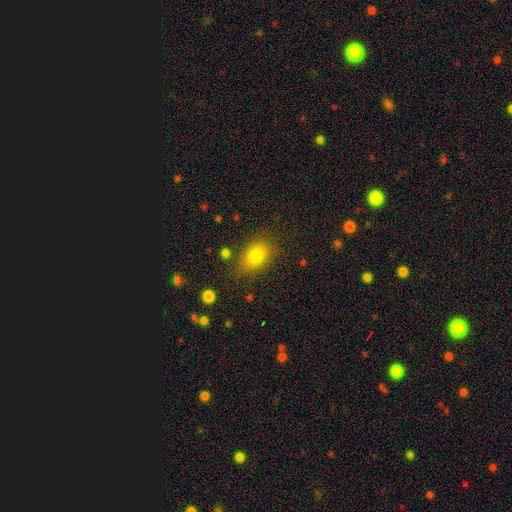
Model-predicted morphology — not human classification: Smooth or featured: smooth — 79% (star or artifact — 11%)
How rounded: in between — 77% (round — 21%)
Merging: none — 79% (minor disturbance — 14%)